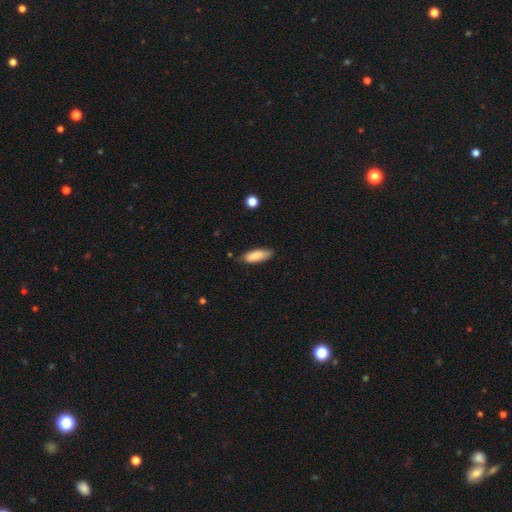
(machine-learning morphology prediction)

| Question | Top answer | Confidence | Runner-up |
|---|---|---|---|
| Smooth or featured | smooth | 85% | featured or disk (9%) |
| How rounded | in between | 69% | cigar-shaped (30%) |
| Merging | none | 77% | minor disturbance (19%) |